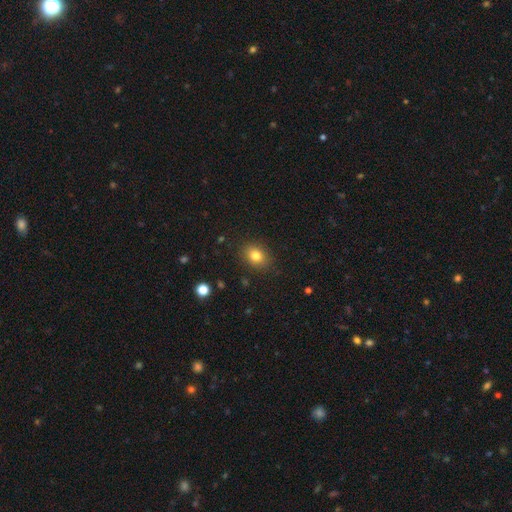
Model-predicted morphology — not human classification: This appears to be a smooth galaxy with no disk features (81%) that is in between round and cigar-shaped (59%). Merging: none (87%).